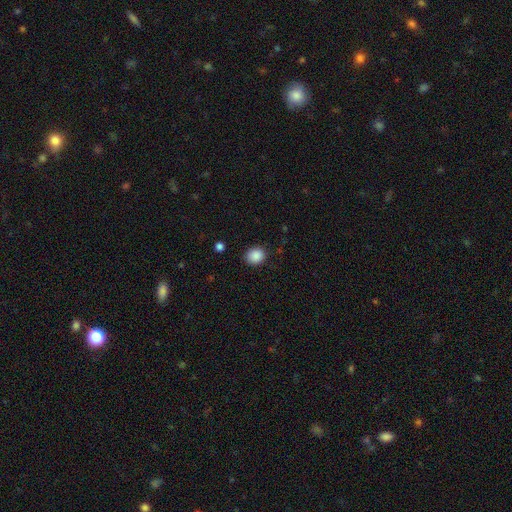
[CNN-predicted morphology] This appears to be a smooth galaxy with no disk features (88%) that is round (72%). Merging: none (87%).